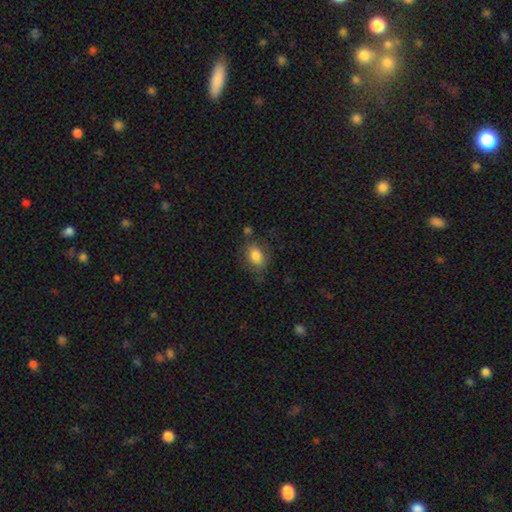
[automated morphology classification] smooth 81%, featured or disk 11%, star or artifact 9%. Down the decision tree: how rounded — in between (74%); merging — none (63%).